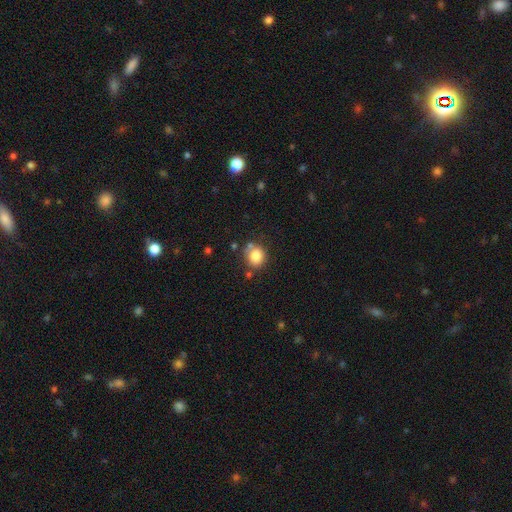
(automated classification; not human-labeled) A smooth galaxy with no disk features (82%) that is round (74%).

Vote fractions:
- Smooth or featured? smooth: 82% / star or artifact: 10% / featured or disk: 8%
- How rounded? round: 74% / in between: 26% / cigar-shaped: 1%
- Merging? none: 66% / minor disturbance: 17% / merger: 11% / major disturbance: 5%